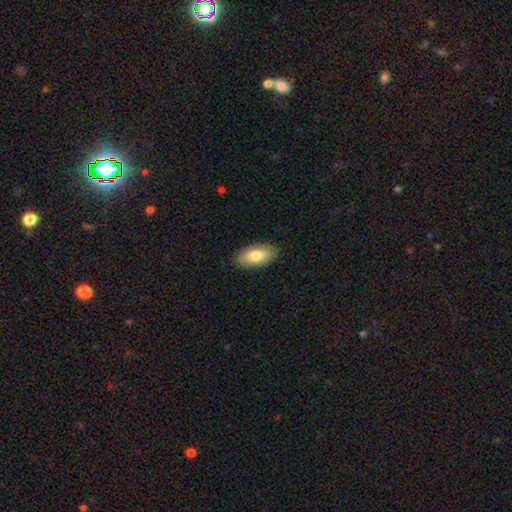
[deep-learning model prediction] A smooth galaxy with no disk features (78%) that is in between round and cigar-shaped (94%).

Vote fractions:
- Smooth or featured? smooth: 78% / featured or disk: 17% / star or artifact: 6%
- How rounded? in between: 94% / cigar-shaped: 3% / round: 3%
- Merging? none: 88% / minor disturbance: 9% / major disturbance: 2% / merger: 1%